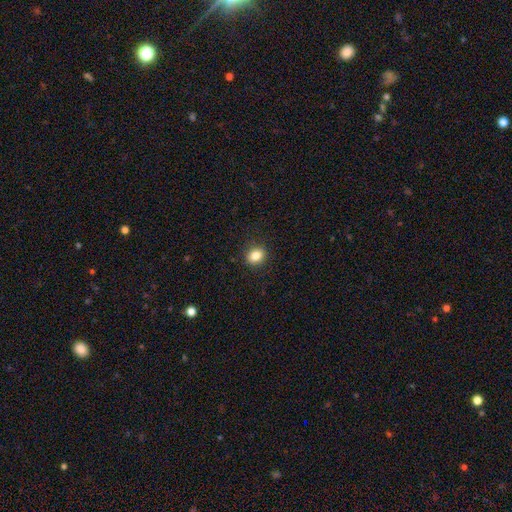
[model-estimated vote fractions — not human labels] smooth-or-featured: smooth: 83% | star or artifact: 10% | featured or disk: 7%
  how-rounded: round: 53% | in between: 46% | cigar-shaped: 1%
  merging: none: 89% | minor disturbance: 8% | major disturbance: 2% | merger: 1%